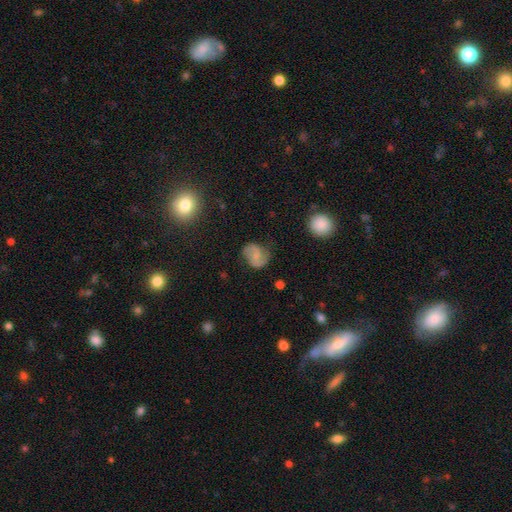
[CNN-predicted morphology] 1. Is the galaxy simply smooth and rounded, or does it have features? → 60% featured or disk, 31% smooth, 9% star or artifact.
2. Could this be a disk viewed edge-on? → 98% no, 2% yes.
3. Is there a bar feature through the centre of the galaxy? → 49% no, 41% weak, 10% strong.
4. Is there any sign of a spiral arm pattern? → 91% yes, 9% no.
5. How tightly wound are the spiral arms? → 45% medium, 38% loose, 17% tight.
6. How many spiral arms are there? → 89% 2, 6% can't tell, 2% 1, 1% 3, 1% 4, 1% more than 4.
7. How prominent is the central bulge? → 48% small, 28% none, 21% moderate, 2% large, 1% dominant.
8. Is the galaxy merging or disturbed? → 70% none, 20% minor disturbance, 7% major disturbance, 2% merger.